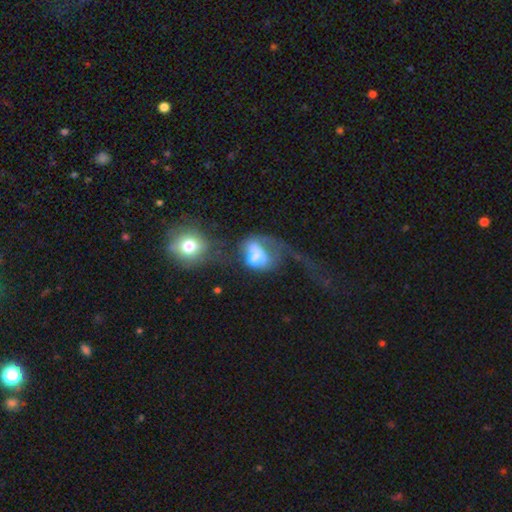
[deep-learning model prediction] The model was most divided on "smooth or featured": smooth: 46%, featured or disk: 42%, star or artifact: 12%. Remaining: merging — major disturbance (49%).